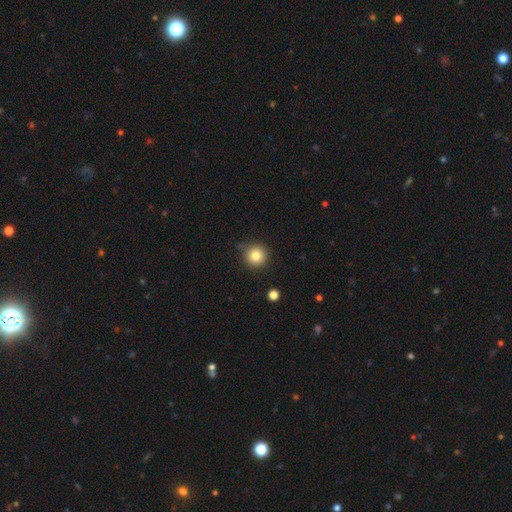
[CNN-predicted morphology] smooth-or-featured: smooth: 82% | star or artifact: 11% | featured or disk: 7%
  how-rounded: round: 95% | in between: 4% | cigar-shaped: 1%
  merging: none: 80% | minor disturbance: 14% | major disturbance: 3% | merger: 3%